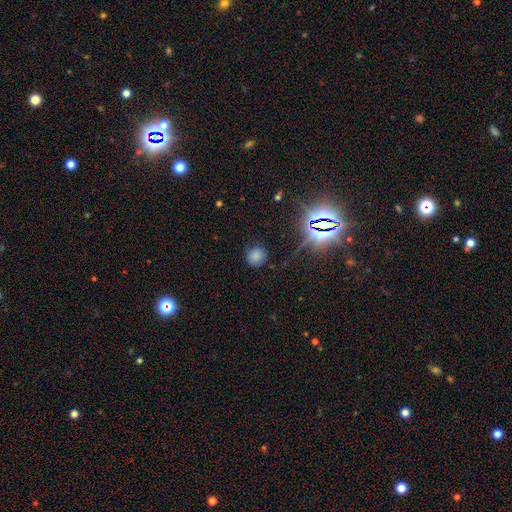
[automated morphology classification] Overall: smooth (71%). How rounded: round (87%). Merging: none (79%).